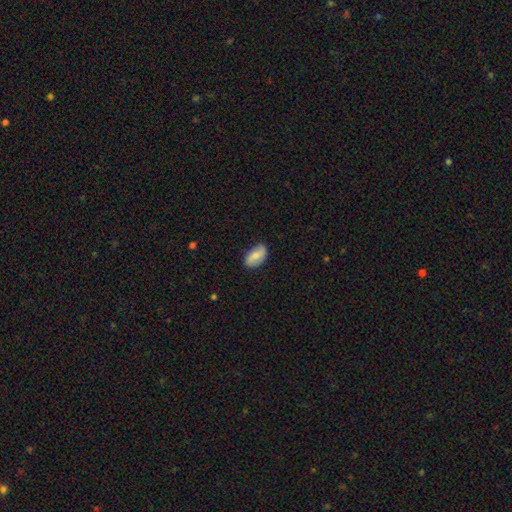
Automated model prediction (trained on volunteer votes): Smooth or featured: smooth — 70% (featured or disk — 23%)
How rounded: in between — 93% (round — 4%)
Merging: none — 80% (minor disturbance — 16%)